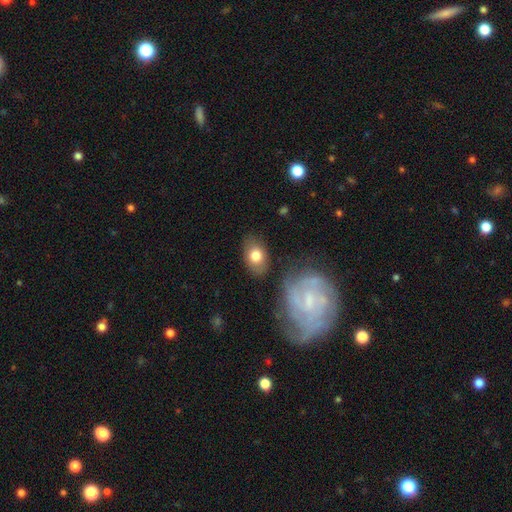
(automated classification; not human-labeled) smooth_or_featured: smooth (p=0.75) [alt: featured or disk p=0.18]
how_rounded: in between (p=0.77) [alt: round p=0.22]
merging: none (p=0.76) [alt: minor disturbance p=0.15]